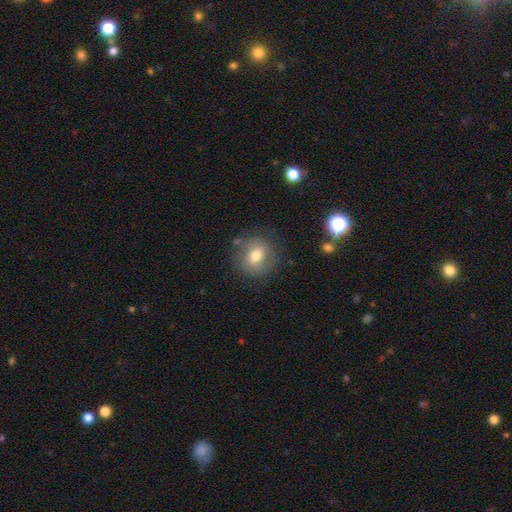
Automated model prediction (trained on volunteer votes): Smooth or featured: smooth — 66% (featured or disk — 25%)
How rounded: round — 83% (in between — 16%)
Merging: none — 76% (minor disturbance — 15%)